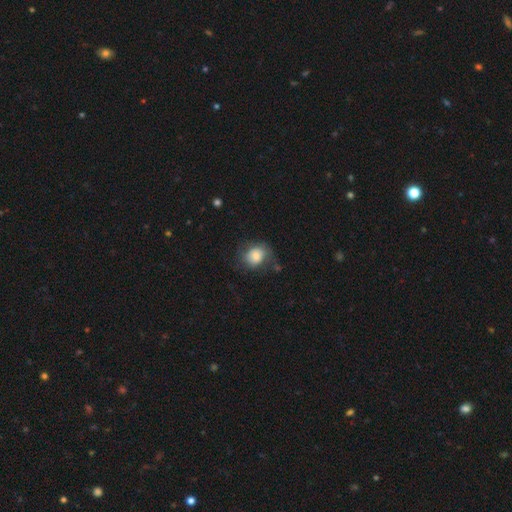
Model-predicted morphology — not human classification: Smooth or featured? Predicted: smooth (p=0.73). How rounded? Predicted: round (p=0.62). Merging? Predicted: none (p=0.58).